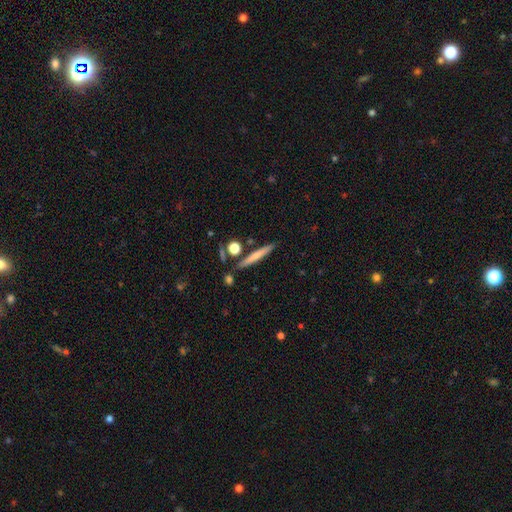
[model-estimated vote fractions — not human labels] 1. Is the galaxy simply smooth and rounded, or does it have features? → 61% smooth, 32% featured or disk, 7% star or artifact.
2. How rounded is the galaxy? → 92% cigar-shaped, 5% in between, 3% round.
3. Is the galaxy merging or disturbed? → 81% none, 10% minor disturbance, 7% merger, 3% major disturbance.